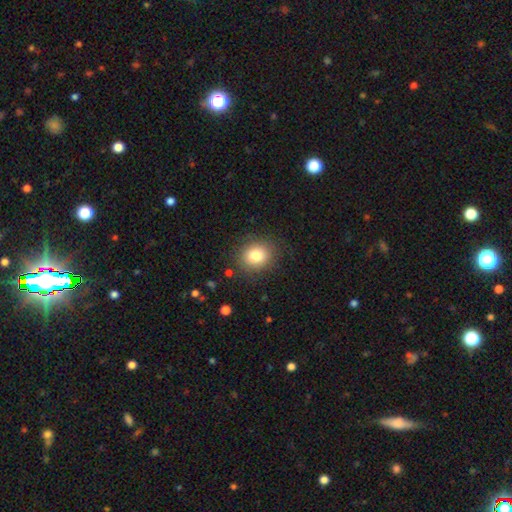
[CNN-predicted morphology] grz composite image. It shows a smooth galaxy with no disk features (81%) that is round (67%). Merging: none (85%).